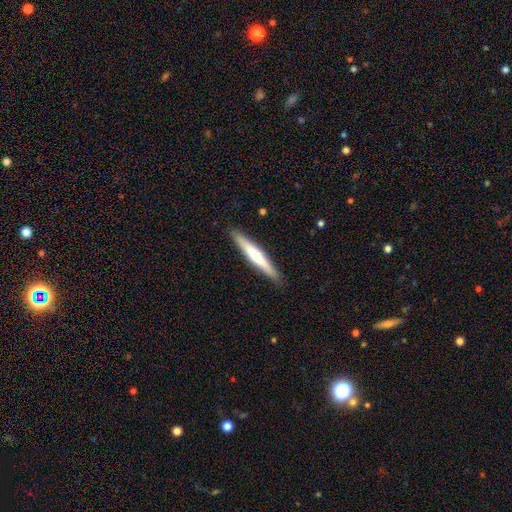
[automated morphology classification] A featured or disk galaxy (49%). Merging: none (90%).